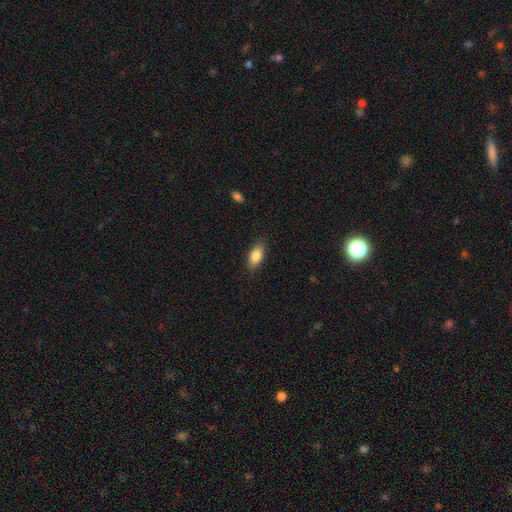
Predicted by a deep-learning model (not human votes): smooth 85%, featured or disk 8%, star or artifact 7%. Down the decision tree: how rounded — in between (88%); merging — none (85%).